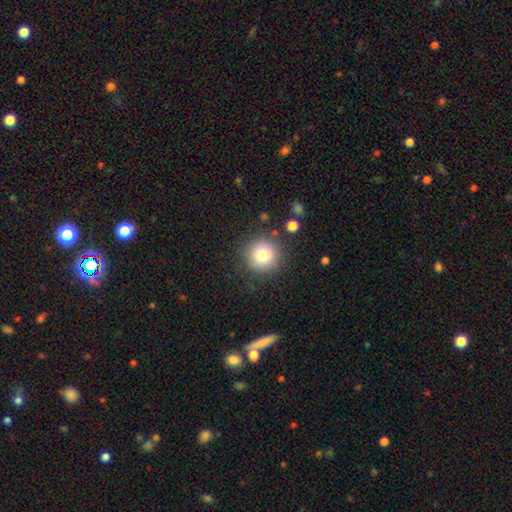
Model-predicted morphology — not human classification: The model was most divided on "smooth or featured": smooth: 78%, star or artifact: 12%, featured or disk: 10%. More confident: how rounded — round (94%); merging — none (87%).